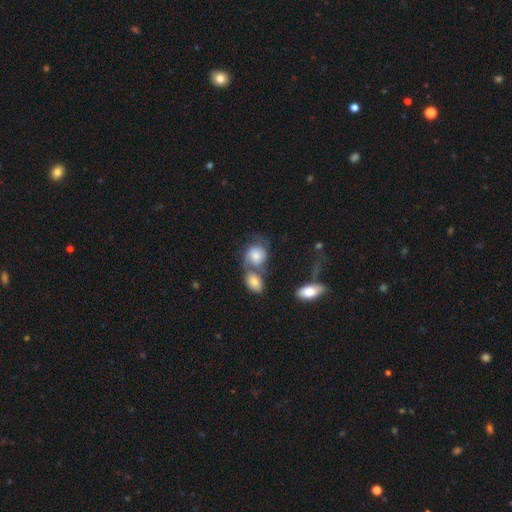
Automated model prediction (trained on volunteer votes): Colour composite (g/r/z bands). It shows a smooth galaxy with no disk features (52%) that is round (59%). Merging: merger (51%).